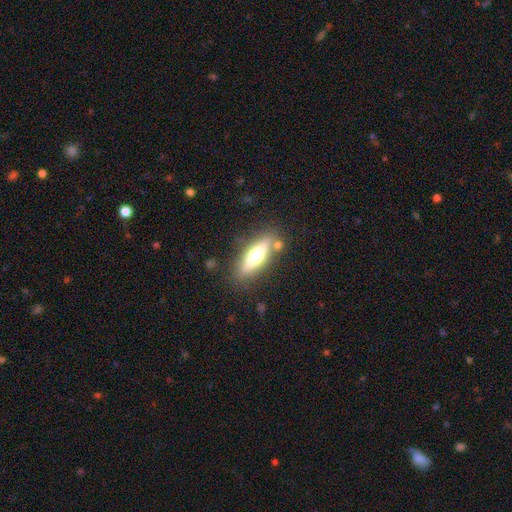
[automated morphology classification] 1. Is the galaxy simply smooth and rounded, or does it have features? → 49% smooth, 44% featured or disk, 7% star or artifact.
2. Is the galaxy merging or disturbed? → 79% none, 12% minor disturbance, 6% merger, 4% major disturbance.